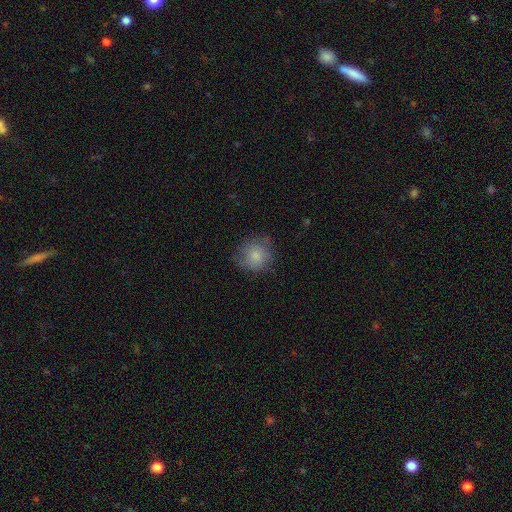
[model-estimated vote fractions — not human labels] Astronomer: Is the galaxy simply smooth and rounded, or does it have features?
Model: smooth — 80%.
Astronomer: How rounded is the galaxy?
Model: round — 87%.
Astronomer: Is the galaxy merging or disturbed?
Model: none — 70%.